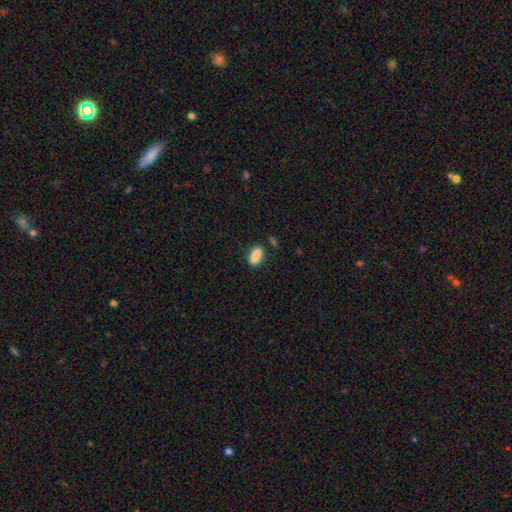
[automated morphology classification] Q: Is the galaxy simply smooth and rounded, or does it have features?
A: smooth — 88%.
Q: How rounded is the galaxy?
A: in between — 86%.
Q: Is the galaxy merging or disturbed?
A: none — 80%.